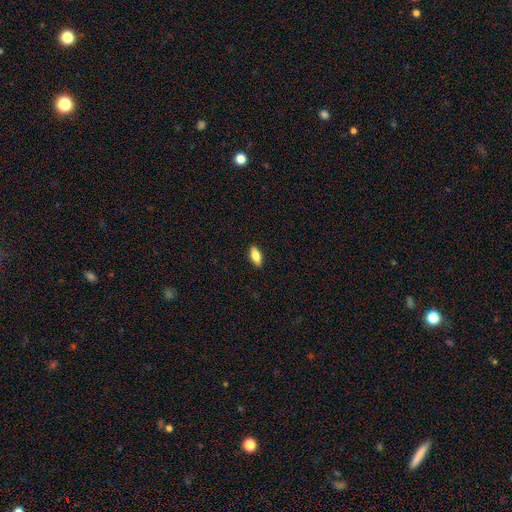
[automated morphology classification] Smooth or featured? smooth (77%)
How rounded? in between (84%)
Merging? none (90%)